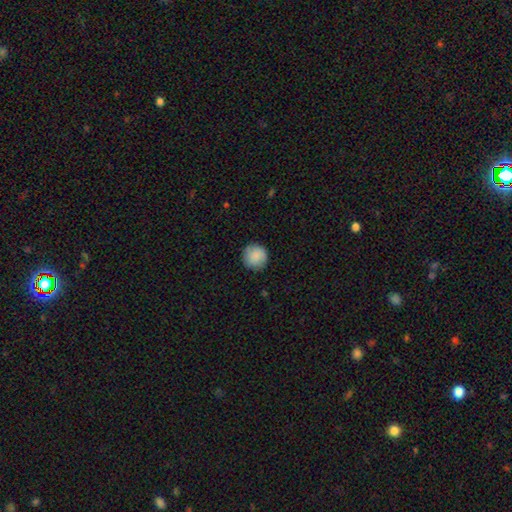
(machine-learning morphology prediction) smooth_or_featured: smooth (p=0.87) [alt: featured or disk p=0.07]
how_rounded: round (p=0.95) [alt: in between p=0.04]
merging: none (p=0.88) [alt: minor disturbance p=0.09]